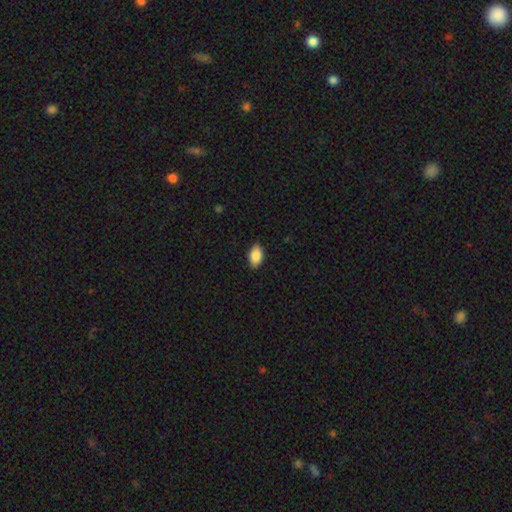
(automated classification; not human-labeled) The model was most divided on "merging": none: 88%, minor disturbance: 10%, major disturbance: 2%, merger: 1%. More confident: how rounded — in between (93%); smooth or featured — smooth (88%).